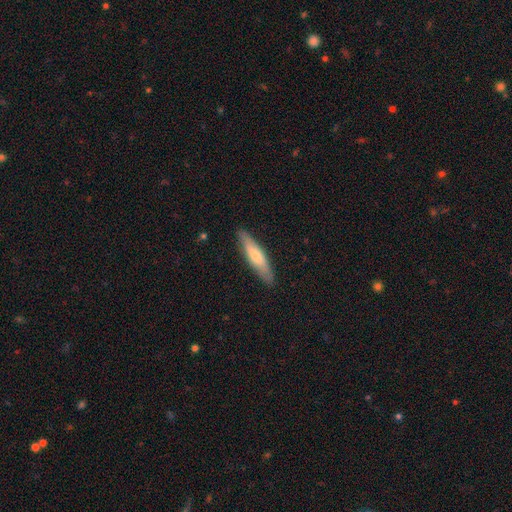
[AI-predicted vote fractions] Q: Smooth or featured?
A: smooth (63%); runner-up: featured or disk (31%)
Q: How rounded?
A: cigar-shaped (79%); runner-up: in between (19%)
Q: Merging?
A: none (87%); runner-up: minor disturbance (10%)